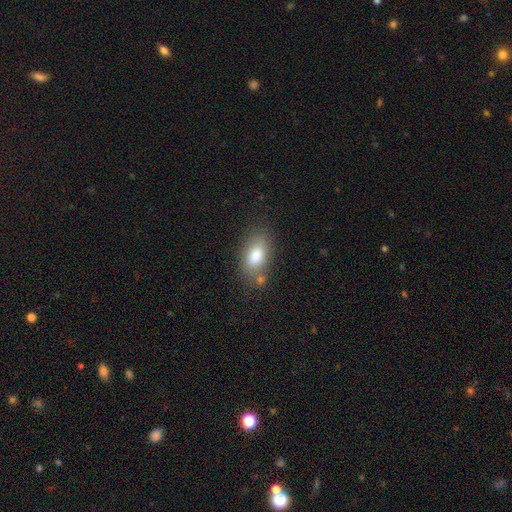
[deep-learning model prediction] The model was most divided on "merging": none: 72%, minor disturbance: 16%, merger: 8%, major disturbance: 4%. More confident: how rounded — in between (89%); smooth or featured — smooth (81%).